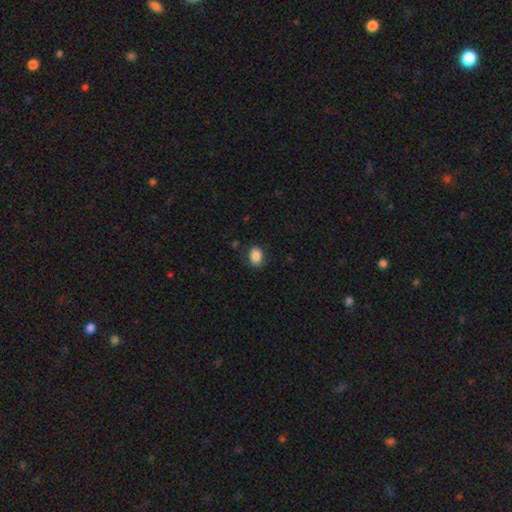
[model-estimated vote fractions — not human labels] This is clearly a smooth galaxy (87%). How rounded: likely in between (67%). Merging: likely none (79%).